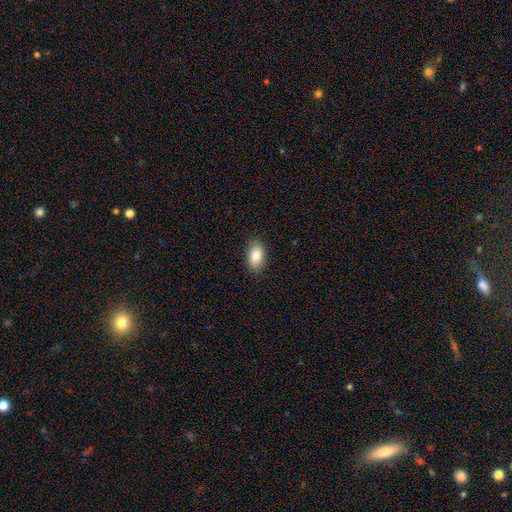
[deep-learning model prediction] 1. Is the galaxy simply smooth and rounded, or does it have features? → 84% smooth, 9% featured or disk, 7% star or artifact.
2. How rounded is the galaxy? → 92% in between, 5% round, 3% cigar-shaped.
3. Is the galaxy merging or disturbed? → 87% none, 10% minor disturbance, 2% major disturbance, 1% merger.